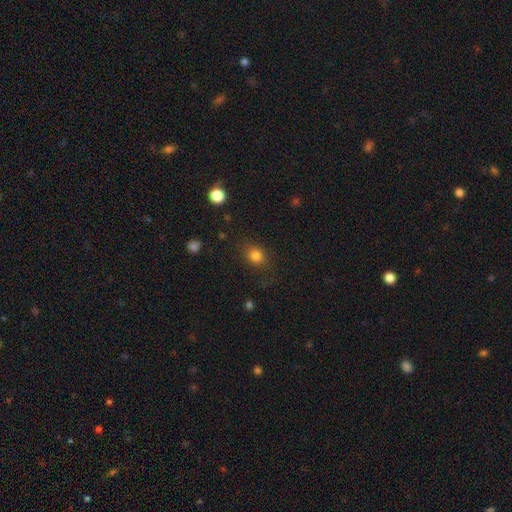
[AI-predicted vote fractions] smooth 81%, star or artifact 12%, featured or disk 7%. Down the decision tree: how rounded — round (57%); merging — none (79%).